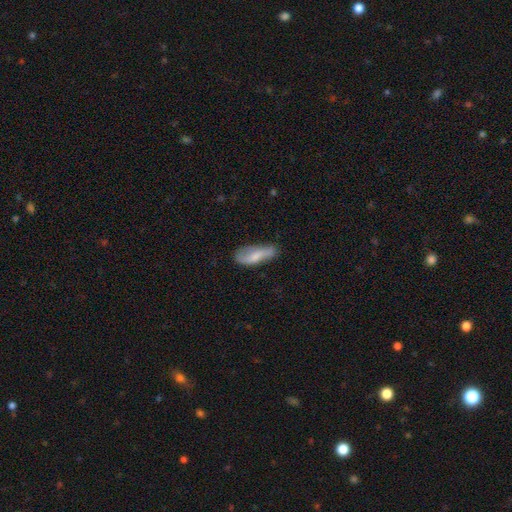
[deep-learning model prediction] Smooth or featured? smooth (58%)
How rounded? in between (57%)
Merging? none (63%)